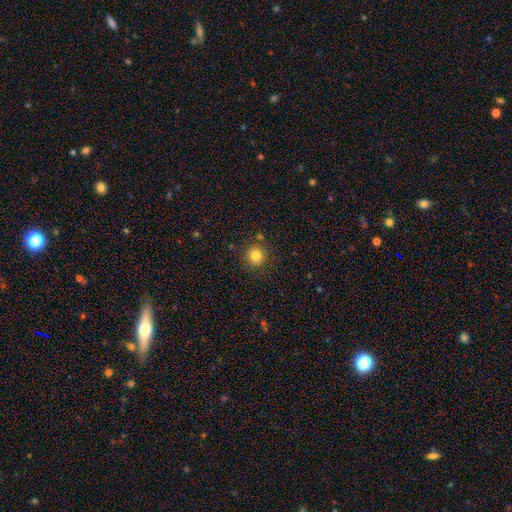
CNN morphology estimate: smooth 81%, star or artifact 13%, featured or disk 6%. Down the decision tree: how rounded — round (93%); merging — none (87%).